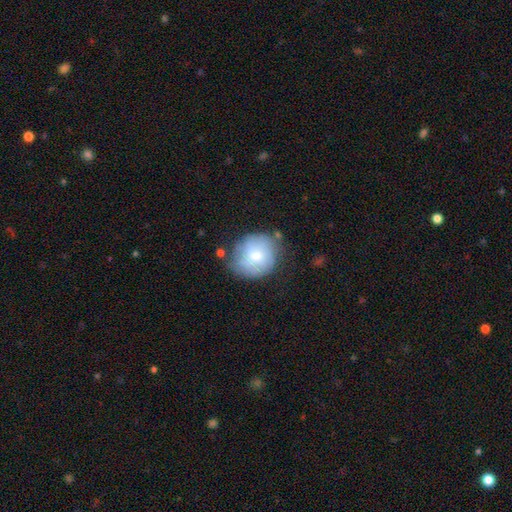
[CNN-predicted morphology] A smooth galaxy with no disk features (51%) that is round (78%). Merging: none (67%).